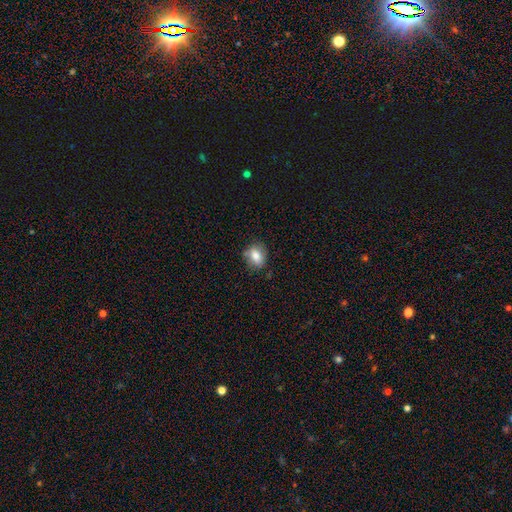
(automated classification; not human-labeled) Smooth or featured?
  - smooth: 79% *
  - featured or disk: 12%
  - star or artifact: 9%
How rounded?
  - in between: 62% *
  - round: 36%
  - cigar-shaped: 2%
Merging?
  - none: 69% *
  - minor disturbance: 21%
  - merger: 5%
  - major disturbance: 5%